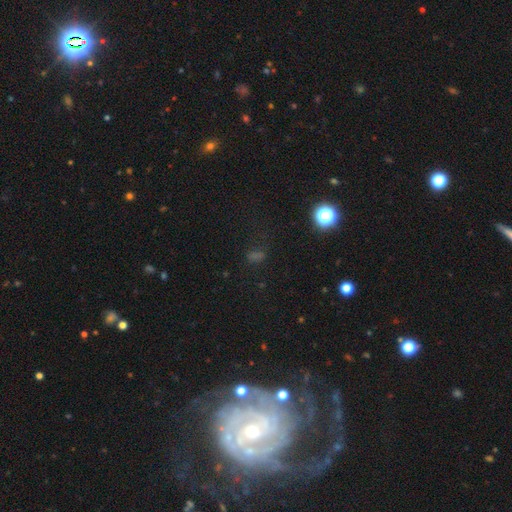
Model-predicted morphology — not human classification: This is possibly a star or artifact rather than a galaxy (48%).